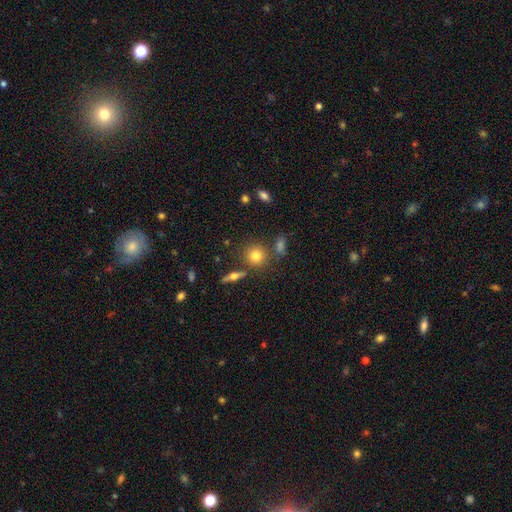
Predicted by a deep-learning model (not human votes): Smooth or featured?
  - smooth: 75% *
  - featured or disk: 13%
  - star or artifact: 11%
How rounded?
  - round: 85% *
  - in between: 13%
  - cigar-shaped: 2%
Merging?
  - none: 76% *
  - merger: 10%
  - minor disturbance: 10%
  - major disturbance: 4%